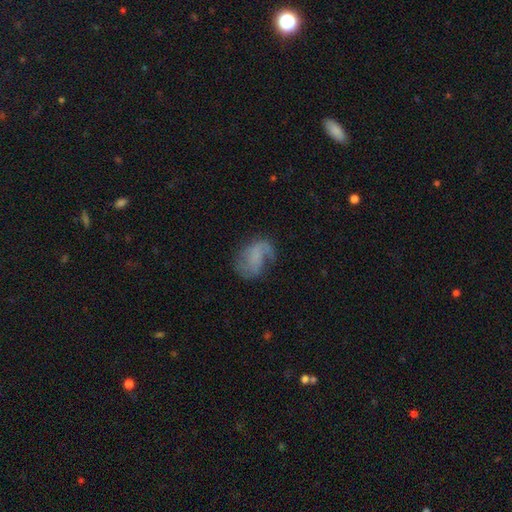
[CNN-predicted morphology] A featured or disk galaxy (57%) with no bar (64%), spiral arms (79%) and no central bulge (69%). Merging: none (49%).